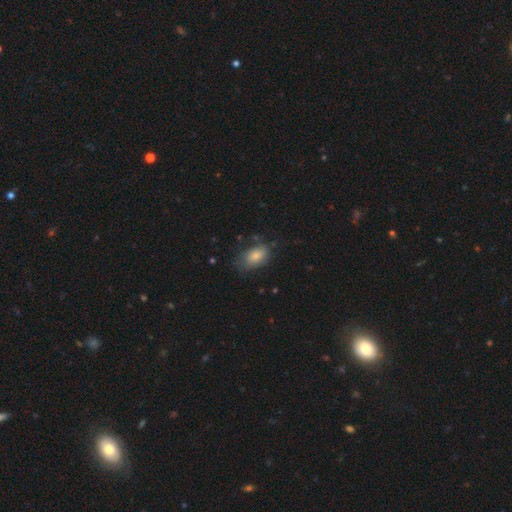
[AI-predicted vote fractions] A smooth galaxy with no disk features (79%) that is in between round and cigar-shaped (89%). Merging: none (64%).